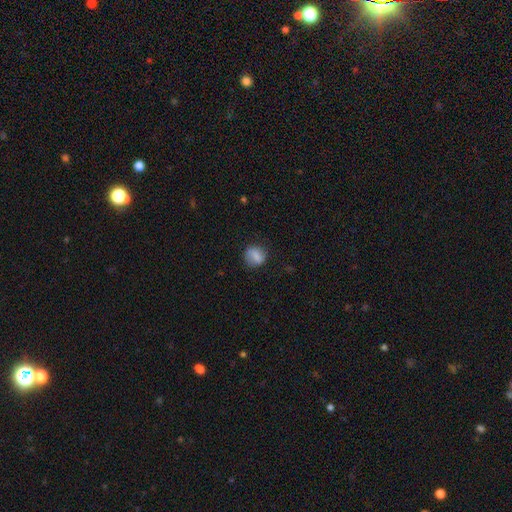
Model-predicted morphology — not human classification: smooth 73%, featured or disk 19%, star or artifact 9%. Down the decision tree: how rounded — round (74%); merging — none (77%).